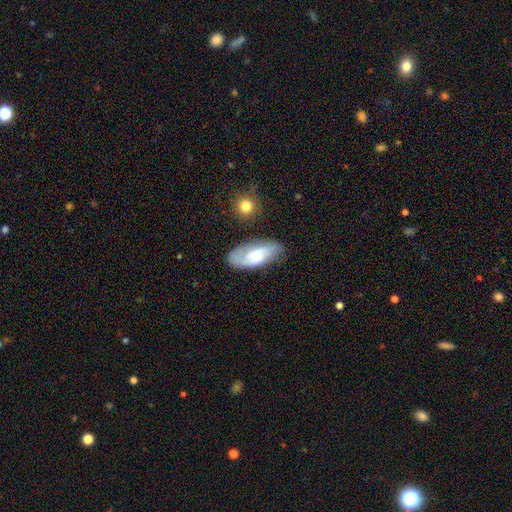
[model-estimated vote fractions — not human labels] Overall: featured or disk (52%; smooth 41%). Edge-on disk: no (91%). Merging: none (66%).